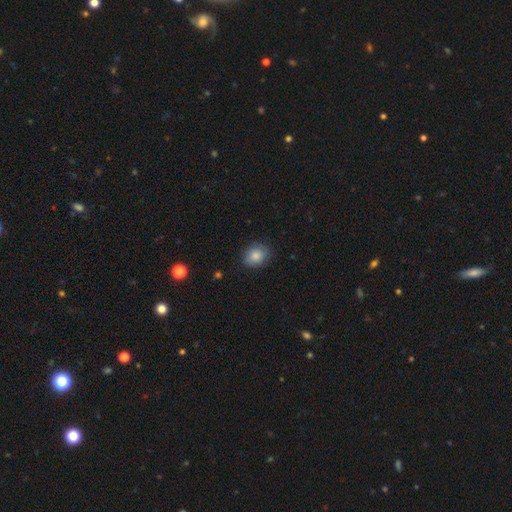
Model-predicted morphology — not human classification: Smooth or featured? Predicted: smooth (p=0.84). How rounded? Predicted: round (p=0.59). Merging? Predicted: none (p=0.80).